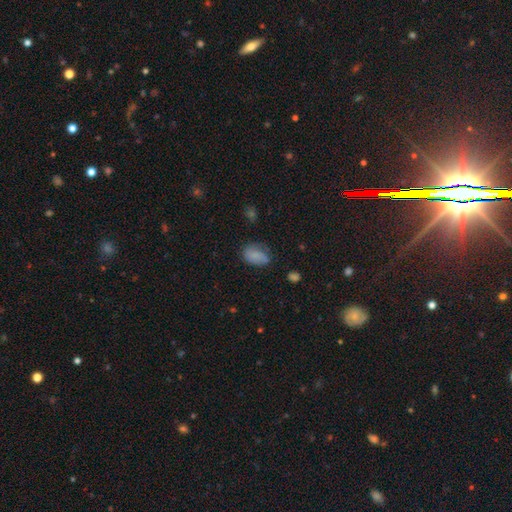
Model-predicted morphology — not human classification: Q: Smooth or featured?
A: smooth (78%); runner-up: featured or disk (12%)
Q: How rounded?
A: in between (86%); runner-up: round (13%)
Q: Merging?
A: none (55%); runner-up: minor disturbance (32%)